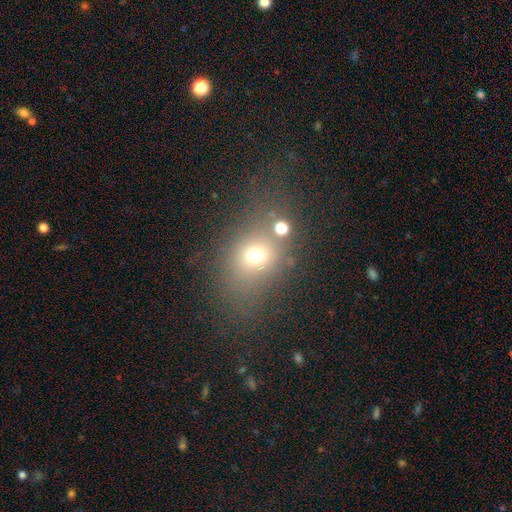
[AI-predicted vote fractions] This appears to be a smooth galaxy with no disk features (67%) that is round (59%). Merging: none (64%).